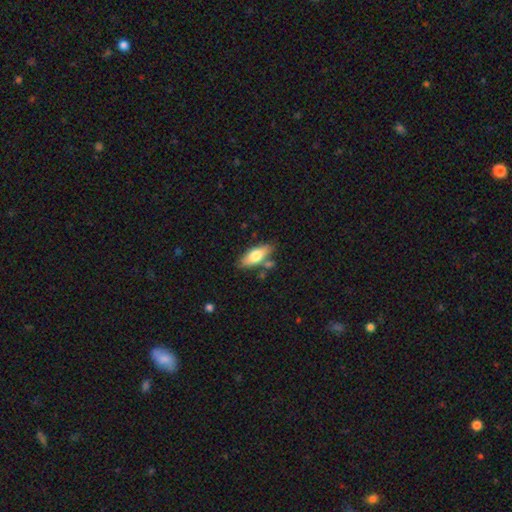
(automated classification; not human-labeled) A smooth galaxy with no disk features (69%) that is in between round and cigar-shaped (73%). Merging: none (72%).